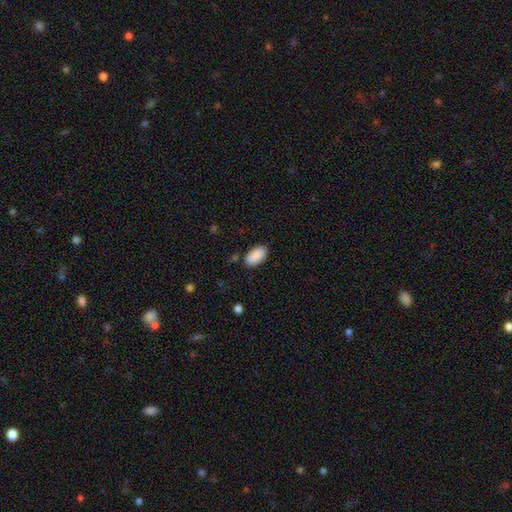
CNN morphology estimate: smooth 90%, star or artifact 6%, featured or disk 3%. Down the decision tree: how rounded — in between (95%); merging — none (85%).